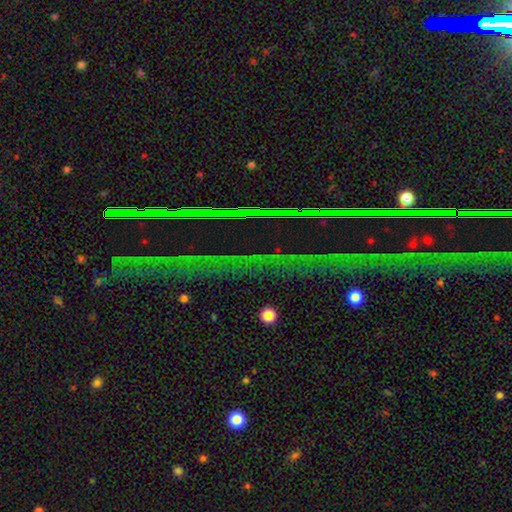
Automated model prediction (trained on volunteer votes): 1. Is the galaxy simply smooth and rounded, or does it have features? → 78% star or artifact, 12% smooth, 11% featured or disk.